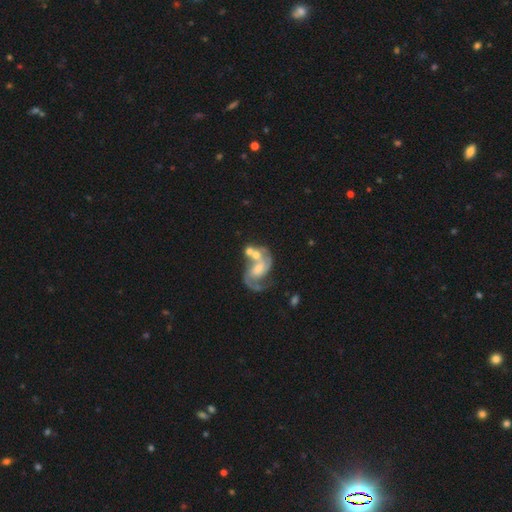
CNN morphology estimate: Q: Smooth or featured?
A: featured or disk (82%); runner-up: smooth (10%)
Q: Edge-on disk?
A: no (98%); runner-up: yes (2%)
Q: Bar?
A: no (48%); runner-up: weak (39%)
Q: Spiral arms?
A: yes (91%); runner-up: no (9%)
Q: Spiral winding?
A: medium (48%); runner-up: loose (31%)
Q: Spiral arm count?
A: 2 (71%); runner-up: 1 (12%)
Q: Bulge size?
A: moderate (46%); runner-up: small (34%)
Q: Merging?
A: merger (41%); runner-up: none (28%)